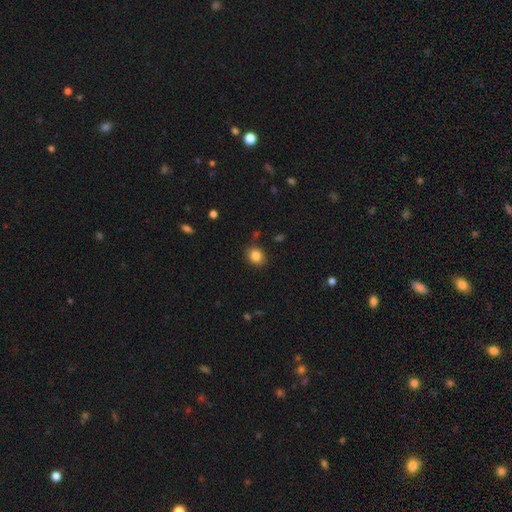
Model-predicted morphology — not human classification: Smooth or featured? Predicted: smooth (p=0.85). How rounded? Predicted: round (p=0.67). Merging? Predicted: none (p=0.85).